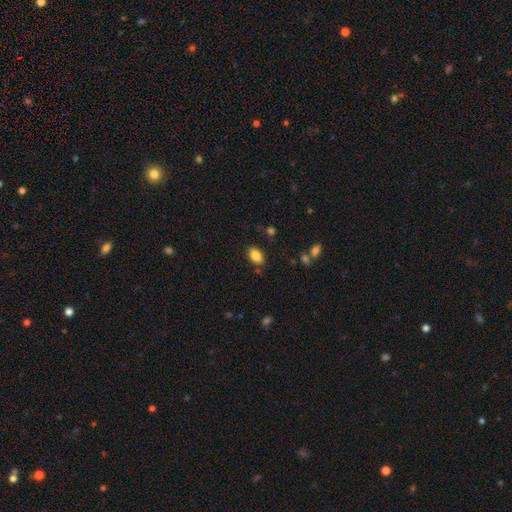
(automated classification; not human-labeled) smooth 85%, star or artifact 9%, featured or disk 6%. Down the decision tree: how rounded — in between (88%); merging — none (83%).